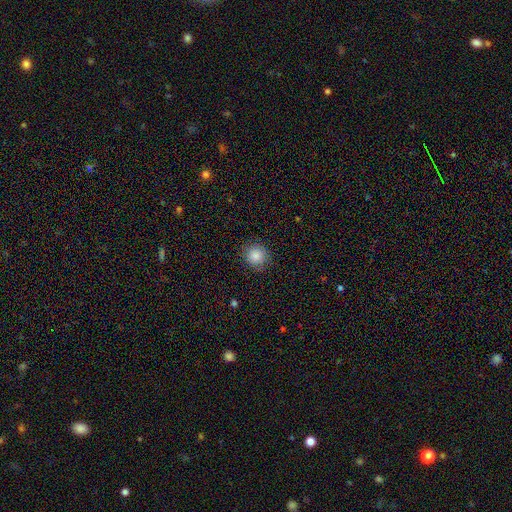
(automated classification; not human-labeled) Smooth or featured?
  - smooth: 86% *
  - star or artifact: 9%
  - featured or disk: 5%
How rounded?
  - round: 92% *
  - in between: 7%
  - cigar-shaped: 1%
Merging?
  - none: 86% *
  - minor disturbance: 10%
  - major disturbance: 3%
  - merger: 1%